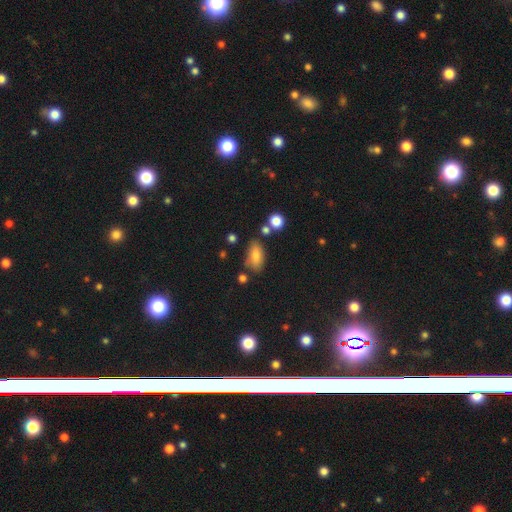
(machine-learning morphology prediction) Q: Smooth or featured?
A: smooth (79%); runner-up: featured or disk (12%)
Q: How rounded?
A: in between (87%); runner-up: cigar-shaped (8%)
Q: Merging?
A: none (68%); runner-up: minor disturbance (19%)